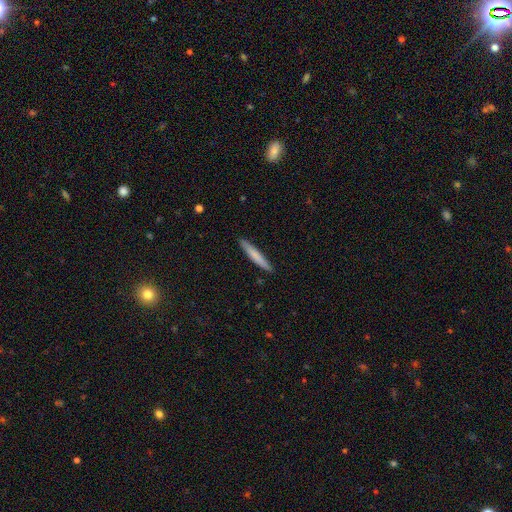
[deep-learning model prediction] Overall: smooth (76%). How rounded: cigar-shaped (95%). Merging: none (91%).